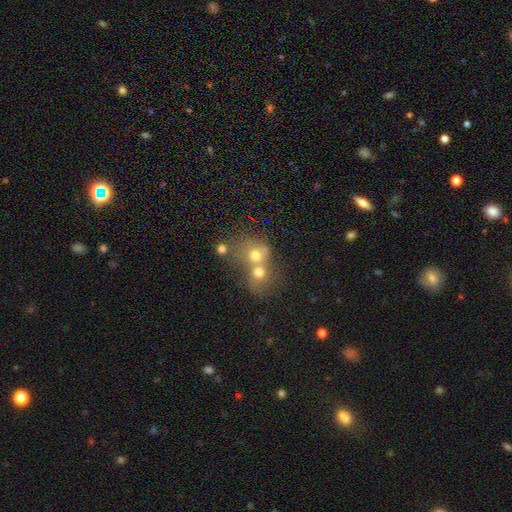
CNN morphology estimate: Smooth or featured: smooth — 66% (featured or disk — 21%)
How rounded: round — 71% (in between — 28%)
Merging: merger — 67% (none — 23%)